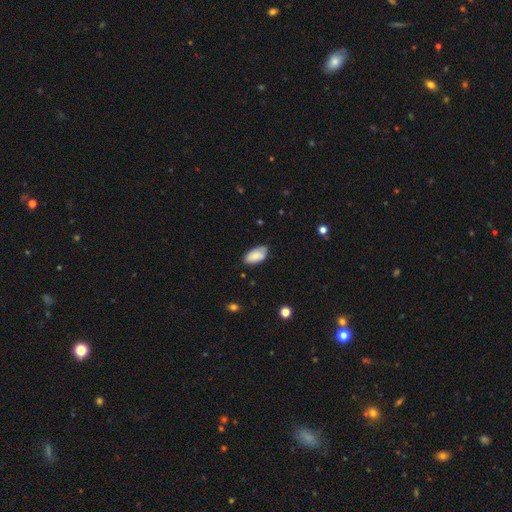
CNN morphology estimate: Smooth or featured: smooth — 74% (featured or disk — 19%)
How rounded: in between — 94% (cigar-shaped — 3%)
Merging: none — 69% (minor disturbance — 26%)